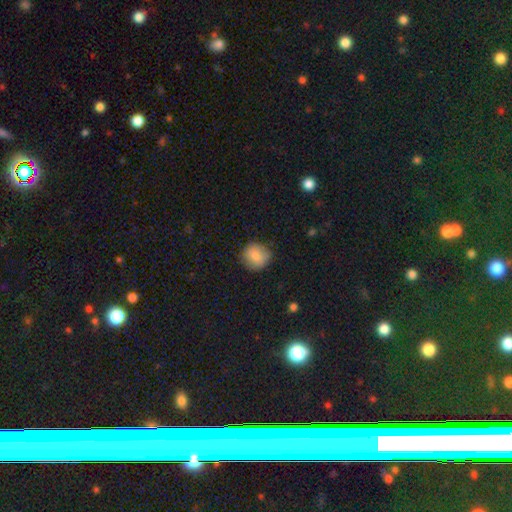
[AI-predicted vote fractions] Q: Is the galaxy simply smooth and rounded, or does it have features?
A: smooth — 83%.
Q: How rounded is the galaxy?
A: round — 87%.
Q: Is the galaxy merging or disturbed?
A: none — 79%.